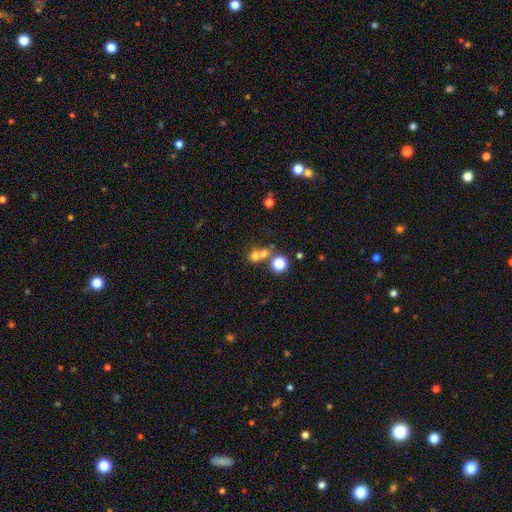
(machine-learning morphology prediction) The model was most divided on "merging": merger: 47%, none: 42%, minor disturbance: 7%, major disturbance: 4%. More confident: how rounded — round (81%); smooth or featured — smooth (67%).